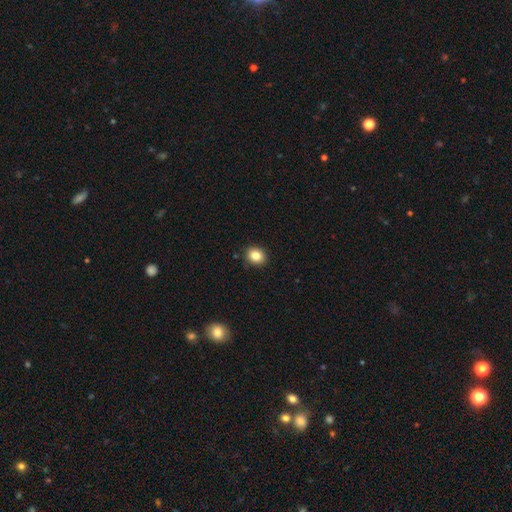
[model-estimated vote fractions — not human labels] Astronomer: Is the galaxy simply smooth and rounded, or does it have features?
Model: smooth — 83%.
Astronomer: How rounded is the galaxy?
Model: round — 67%.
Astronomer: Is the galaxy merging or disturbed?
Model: none — 90%.